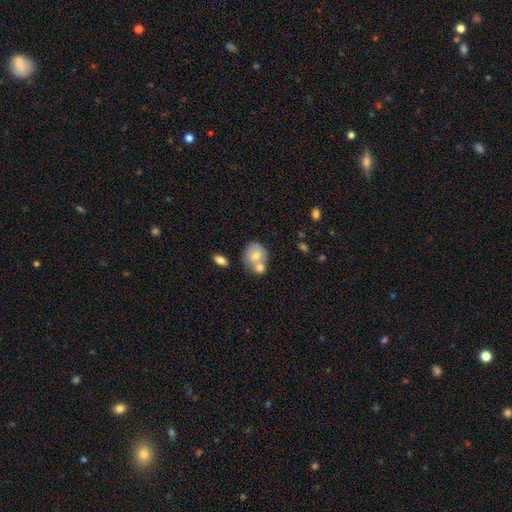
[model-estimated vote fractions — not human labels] Overall: smooth (71%). How rounded: round (64%; in between 35%). Merging: merger (49%; none 36%).